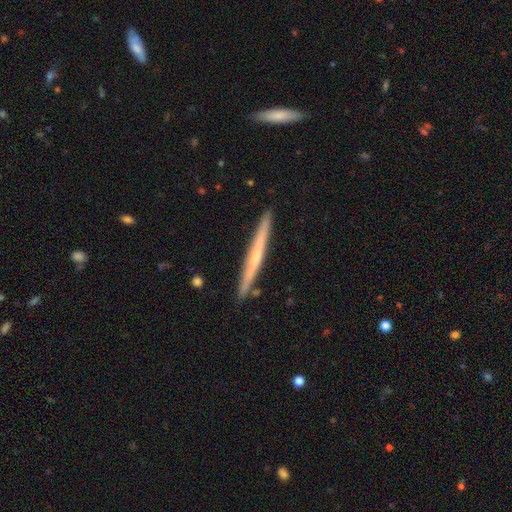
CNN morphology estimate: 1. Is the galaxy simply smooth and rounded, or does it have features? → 58% featured or disk, 36% smooth, 6% star or artifact.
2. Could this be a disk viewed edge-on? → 97% yes, 3% no.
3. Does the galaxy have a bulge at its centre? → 61% none, 34% rounded, 5% boxy.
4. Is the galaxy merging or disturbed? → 90% none, 7% minor disturbance, 2% merger, 1% major disturbance.